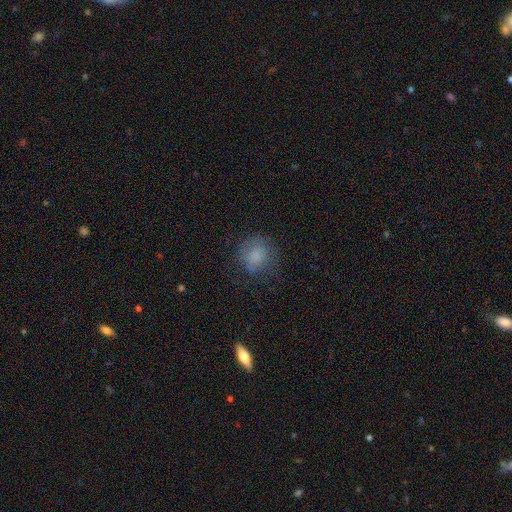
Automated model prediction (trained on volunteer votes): The model was most divided on "merging": none: 65%, minor disturbance: 21%, major disturbance: 13%, merger: 1%. More confident: smooth or featured — smooth (79%); how rounded — round (79%).